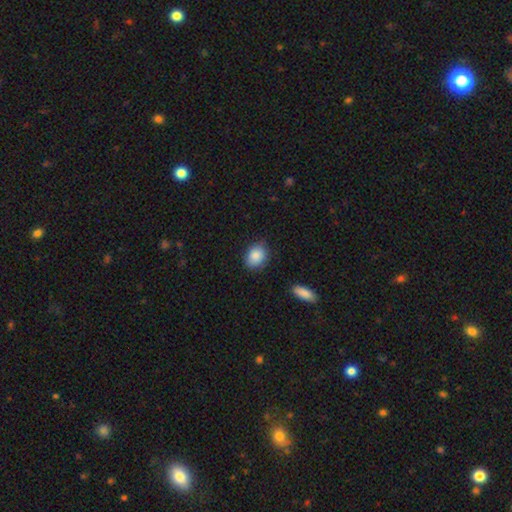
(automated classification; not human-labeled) Smooth or featured?
  - smooth: 87% *
  - star or artifact: 7%
  - featured or disk: 6%
How rounded?
  - in between: 65% *
  - round: 33%
  - cigar-shaped: 1%
Merging?
  - none: 82% *
  - minor disturbance: 14%
  - major disturbance: 3%
  - merger: 2%